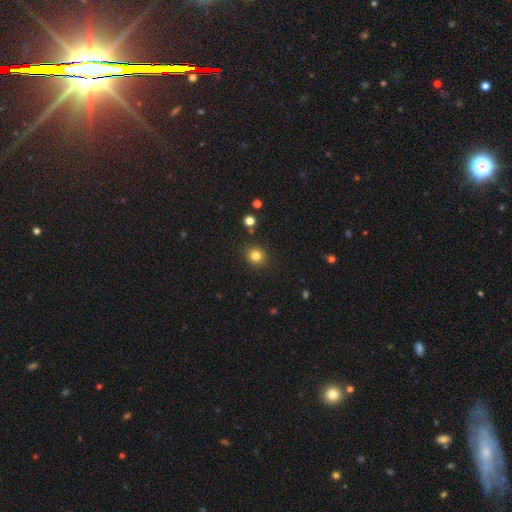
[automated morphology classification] A smooth galaxy with no disk features (82%) that is round (89%). Merging: none (89%).